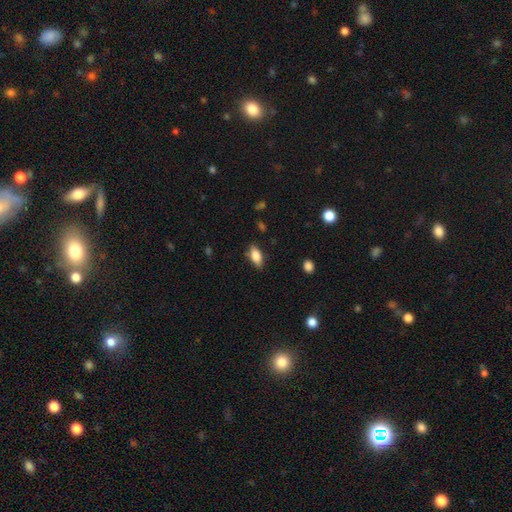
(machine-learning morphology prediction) smooth-or-featured: smooth: 81% | featured or disk: 12% | star or artifact: 7%
  how-rounded: in between: 85% | cigar-shaped: 12% | round: 3%
  merging: none: 82% | minor disturbance: 14% | major disturbance: 3% | merger: 1%